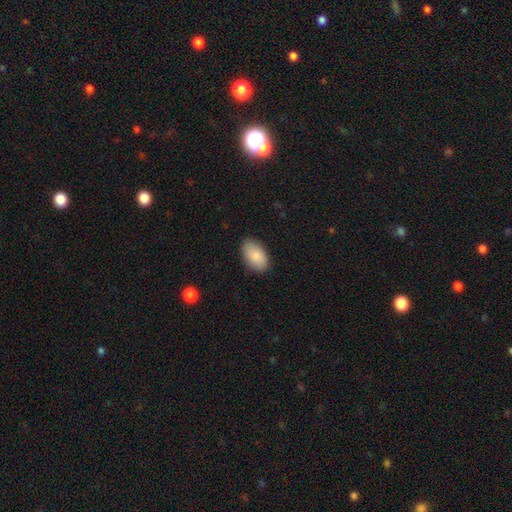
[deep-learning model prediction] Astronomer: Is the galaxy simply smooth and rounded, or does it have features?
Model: smooth — 88%.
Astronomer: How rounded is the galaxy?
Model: in between — 95%.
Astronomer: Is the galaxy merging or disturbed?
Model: none — 87%.